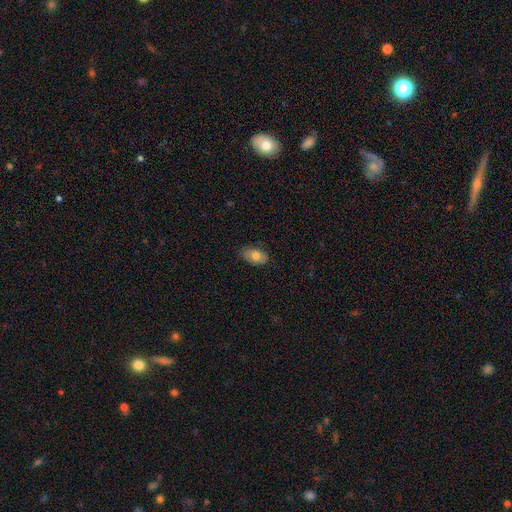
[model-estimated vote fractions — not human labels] Morphology: type=smooth (76%); roundness=in between (90%); merging=none (80%).